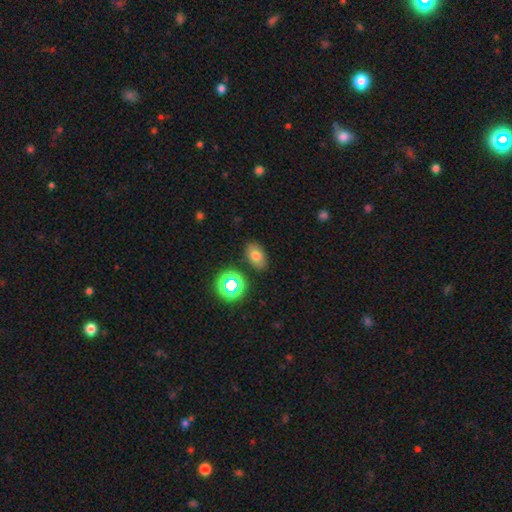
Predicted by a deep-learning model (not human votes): A smooth galaxy with no disk features (70%) that is in between round and cigar-shaped (85%). Merging: none (83%).